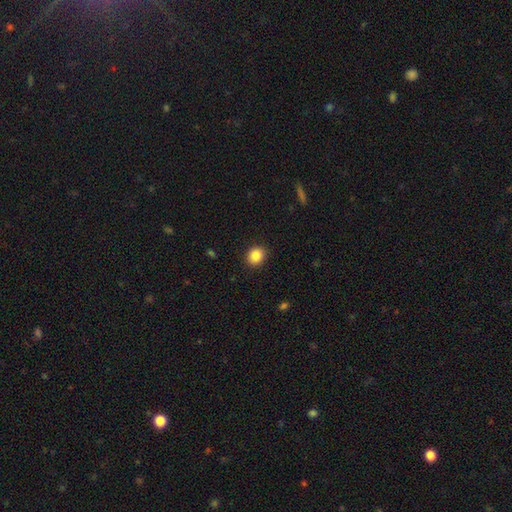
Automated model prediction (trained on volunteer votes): smooth-or-featured: smooth: 86% | star or artifact: 10% | featured or disk: 5%
  how-rounded: round: 71% | in between: 28% | cigar-shaped: 1%
  merging: none: 91% | minor disturbance: 6% | major disturbance: 2% | merger: 1%